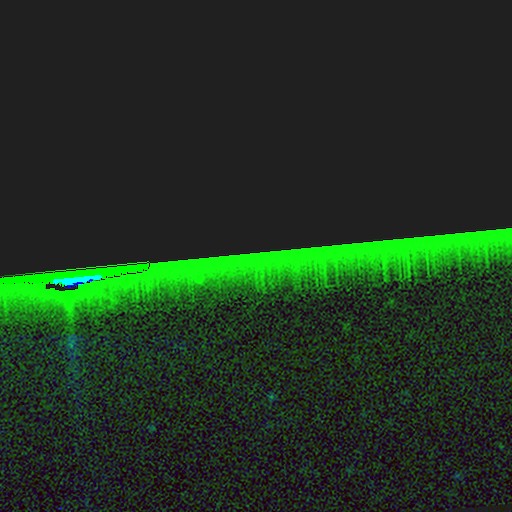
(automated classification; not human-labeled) Smooth or featured? Predicted: star or artifact (p=0.87).